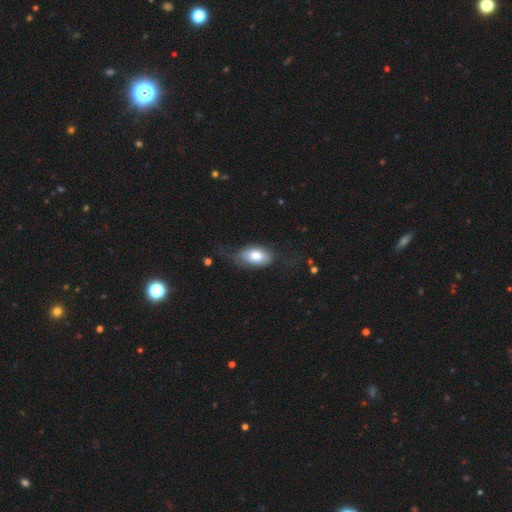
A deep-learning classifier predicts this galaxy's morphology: A smooth galaxy with no disk features (75%) that is in between round and cigar-shaped (90%).

Vote fractions:
- Smooth or featured? smooth: 75% / featured or disk: 19% / star or artifact: 7%
- How rounded? in between: 90% / round: 8% / cigar-shaped: 2%
- Merging? none: 49% / minor disturbance: 28% / major disturbance: 21% / merger: 2%